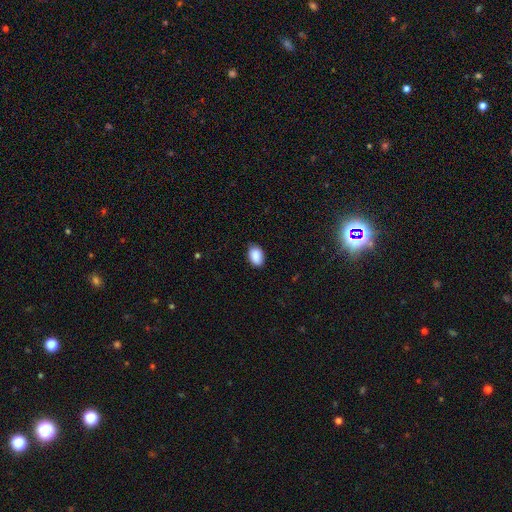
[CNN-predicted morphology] Smooth or featured? Predicted: smooth (p=0.89). How rounded? Predicted: in between (p=0.88). Merging? Predicted: none (p=0.82).